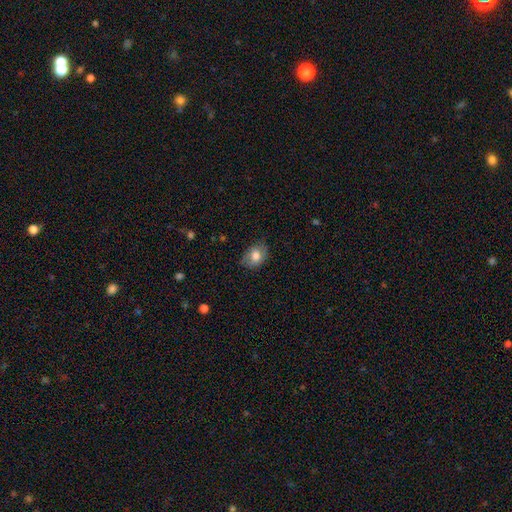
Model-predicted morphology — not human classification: Smooth or featured? smooth (74%)
How rounded? in between (73%)
Merging? none (72%)